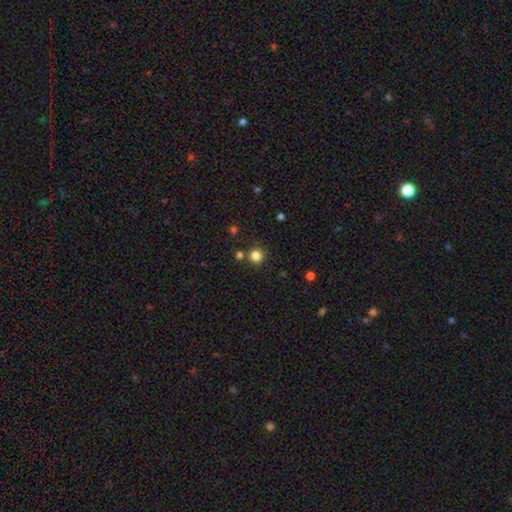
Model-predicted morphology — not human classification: A smooth galaxy with no disk features (82%) that is round (93%). Merging: none (82%).